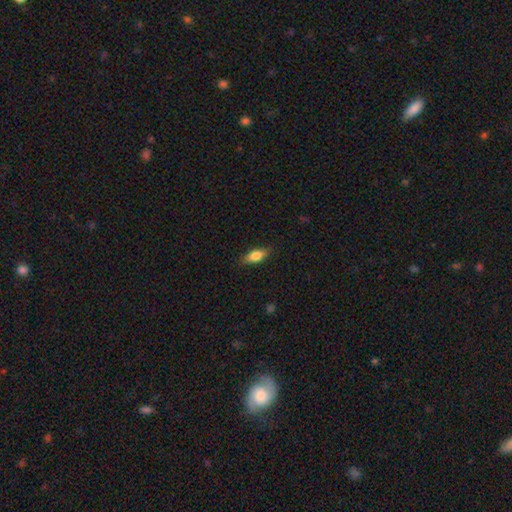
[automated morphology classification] smooth 77%, featured or disk 16%, star or artifact 7%. Down the decision tree: how rounded — in between (76%); merging — none (83%).